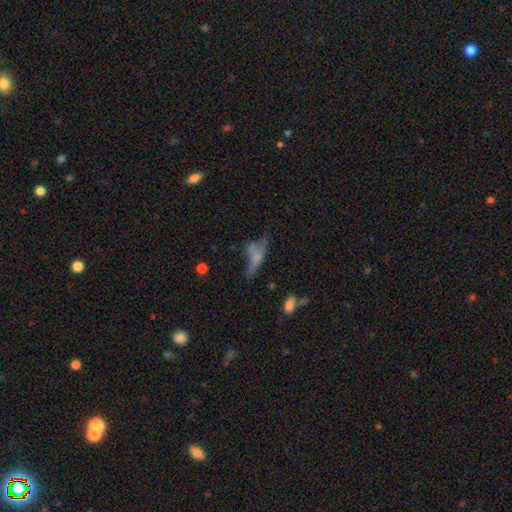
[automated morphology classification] Overall: smooth (49%; featured or disk 37%). Merging: none (33%; major disturbance 26%).